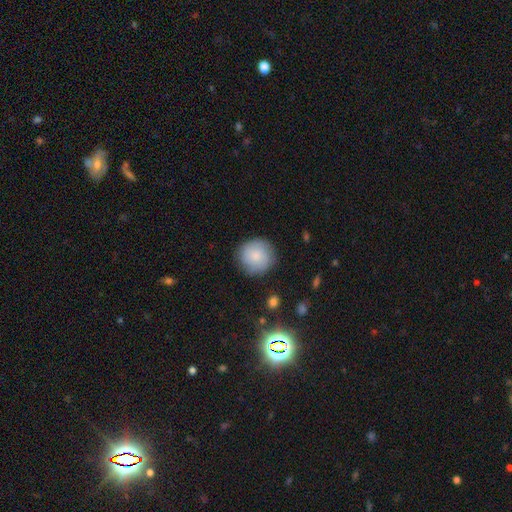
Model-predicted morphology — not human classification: A smooth galaxy with no disk features (80%) that is round (92%). Merging: none (83%).